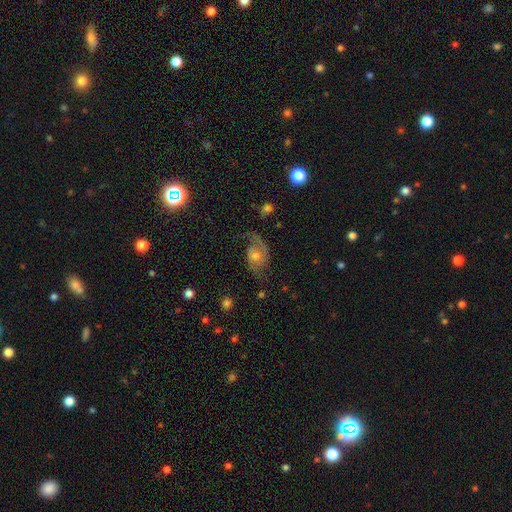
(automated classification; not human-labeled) The model was most divided on "spiral winding": loose: 43%, medium: 42%, tight: 15%. More confident: edge-on disk — no (97%); spiral arms — yes (95%); spiral arm count — 2 (82%); smooth or featured — featured or disk (81%); bar — no (68%); merging — none (62%); bulge size — moderate (53%).